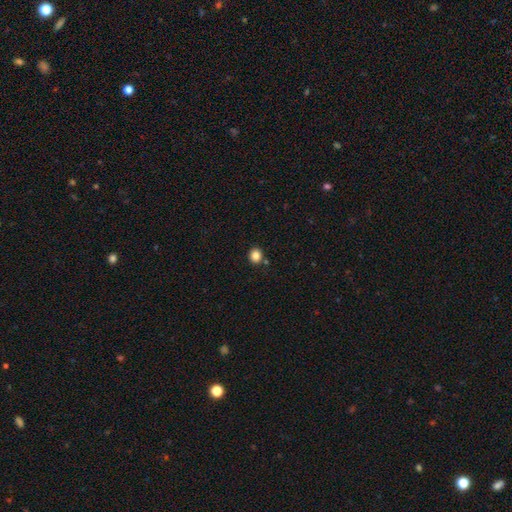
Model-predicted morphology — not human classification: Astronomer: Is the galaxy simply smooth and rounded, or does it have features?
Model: smooth — 84%.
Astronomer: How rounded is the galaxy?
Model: round — 78%.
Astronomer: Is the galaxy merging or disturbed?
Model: none — 84%.